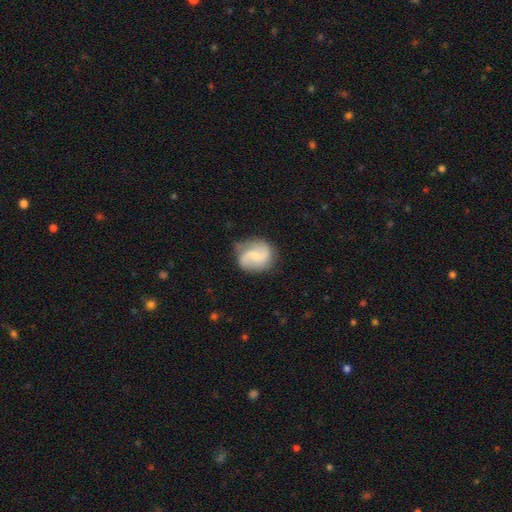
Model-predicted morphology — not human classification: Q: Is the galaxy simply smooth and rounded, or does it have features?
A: featured or disk — 69%.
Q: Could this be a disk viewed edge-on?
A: no — 98%.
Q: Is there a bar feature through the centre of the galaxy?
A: weak — 49%.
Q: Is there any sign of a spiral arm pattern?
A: yes — 93%.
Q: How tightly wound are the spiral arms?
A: loose — 47%.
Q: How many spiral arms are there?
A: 2 — 87%.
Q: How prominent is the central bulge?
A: small — 50%.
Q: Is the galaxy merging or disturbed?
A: none — 66%.